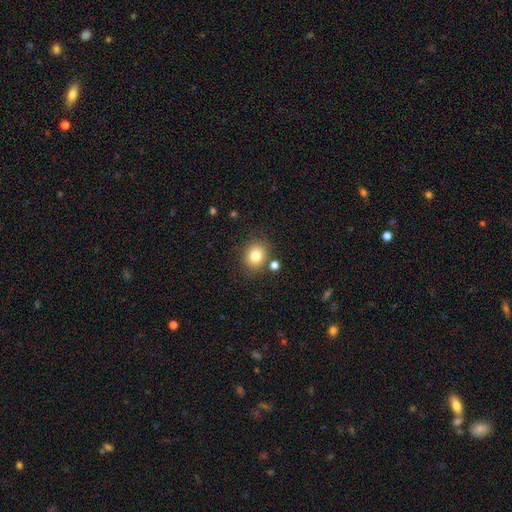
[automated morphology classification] Smooth or featured? smooth (81%)
How rounded? round (68%)
Merging? none (80%)